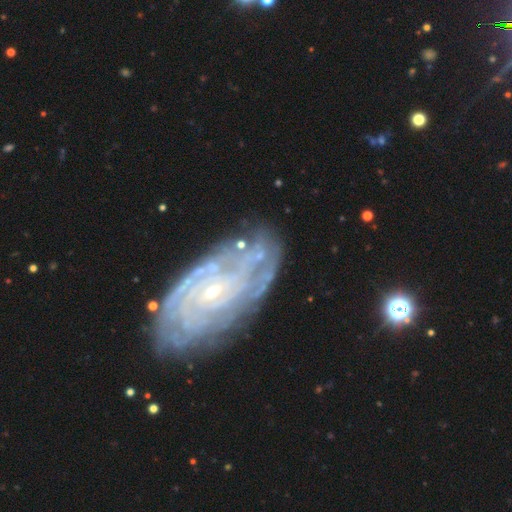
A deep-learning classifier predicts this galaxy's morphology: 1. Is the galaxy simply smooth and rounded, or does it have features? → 75% featured or disk, 14% smooth, 10% star or artifact.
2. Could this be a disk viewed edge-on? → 95% no, 5% yes.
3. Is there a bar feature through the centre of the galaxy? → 56% no, 29% weak, 14% strong.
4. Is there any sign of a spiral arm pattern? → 79% yes, 21% no.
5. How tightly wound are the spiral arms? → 66% tight, 24% medium, 9% loose.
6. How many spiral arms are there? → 43% can't tell, 17% 2, 15% 3, 10% 4, 8% more than 4, 7% 1.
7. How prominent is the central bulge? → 65% small, 26% moderate, 5% none, 3% large, 2% dominant.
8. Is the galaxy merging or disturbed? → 56% none, 21% minor disturbance, 15% major disturbance, 8% merger.